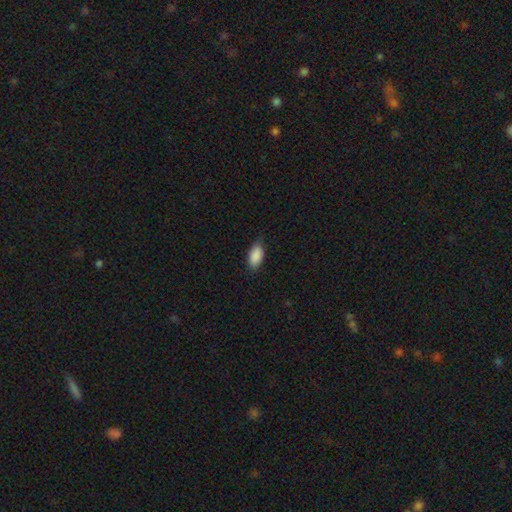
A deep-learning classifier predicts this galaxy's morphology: Smooth or featured? smooth (90%)
How rounded? in between (93%)
Merging? none (78%)